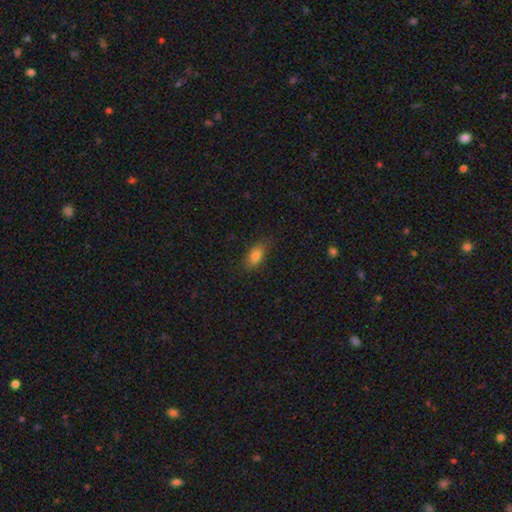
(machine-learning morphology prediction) smooth-or-featured: smooth: 81% | featured or disk: 10% | star or artifact: 9%
  how-rounded: in between: 86% | cigar-shaped: 8% | round: 6%
  merging: none: 79% | minor disturbance: 16% | major disturbance: 4% | merger: 1%